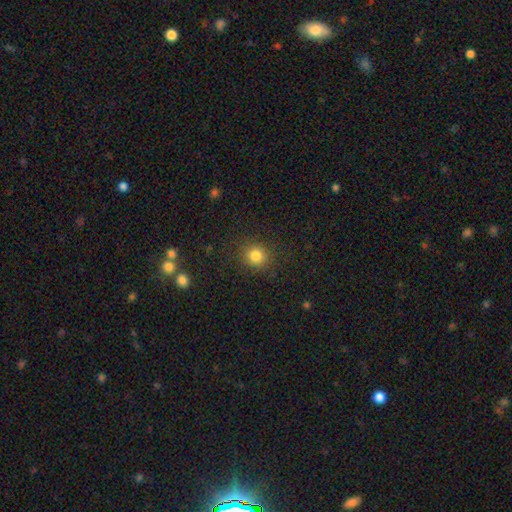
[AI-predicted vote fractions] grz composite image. It shows a smooth galaxy with no disk features (82%) that is round (89%). Merging: none (89%).